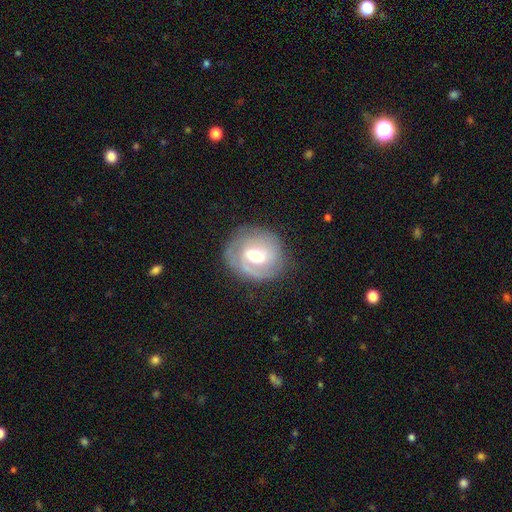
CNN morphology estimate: This appears to be a featured or disk galaxy (71%) with a weak bar (50%), 2 (55%) tight (55%) spiral arms (84%) and a moderate central bulge (66%). Merging: none (77%).